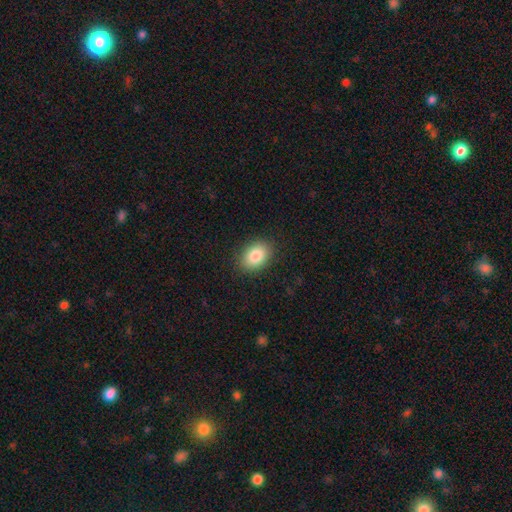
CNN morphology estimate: This appears to be a smooth galaxy with no disk features (85%) that is in between round and cigar-shaped (79%). Merging: none (88%).